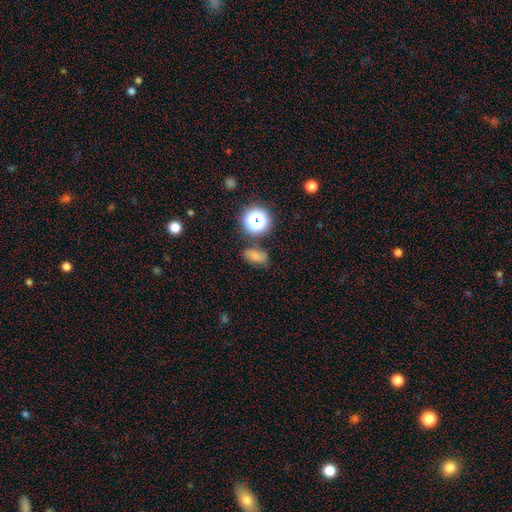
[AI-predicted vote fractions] Overall: smooth (66%). How rounded: in between (76%). Merging: none (68%).